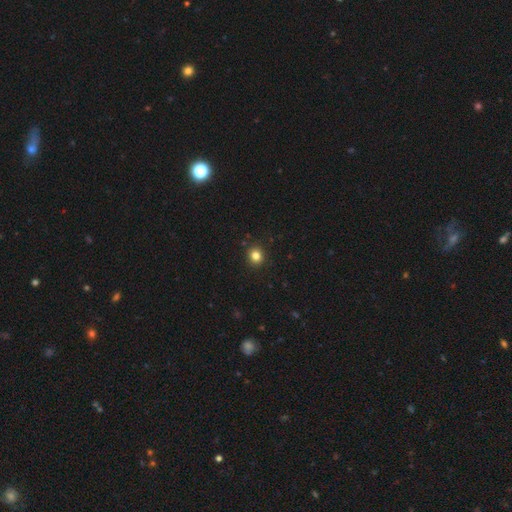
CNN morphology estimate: This is clearly a smooth galaxy (82%). How rounded: clearly round (86%). Merging: clearly none (91%).